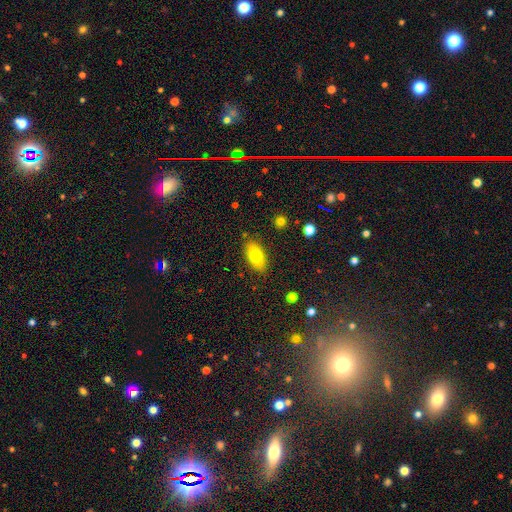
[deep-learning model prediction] Smooth or featured: smooth — 77% (featured or disk — 15%)
How rounded: in between — 87% (cigar-shaped — 9%)
Merging: none — 85% (minor disturbance — 10%)